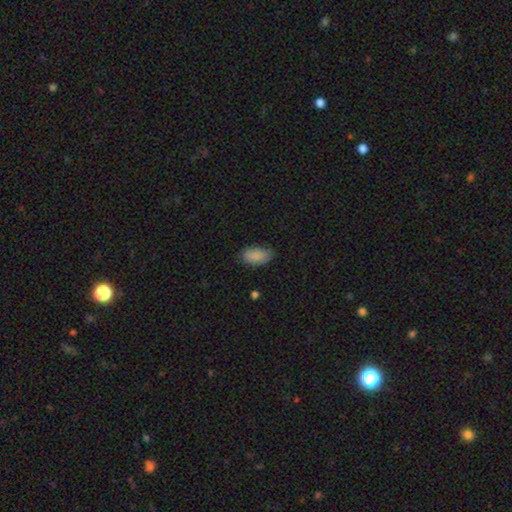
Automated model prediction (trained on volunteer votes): Morphology: type=smooth (88%); roundness=in between (94%); merging=none (77%).